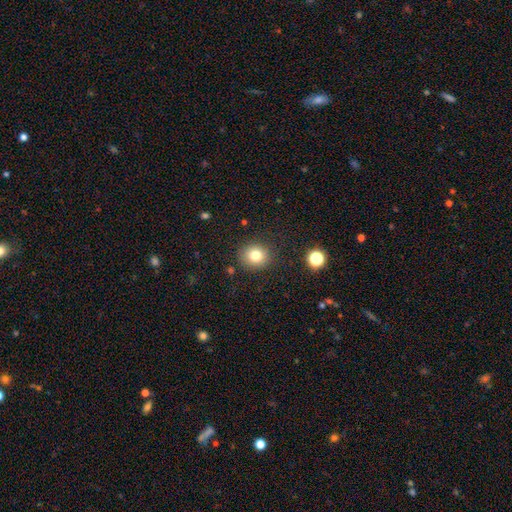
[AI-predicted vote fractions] smooth-or-featured: smooth: 79% | star or artifact: 12% | featured or disk: 9%
  how-rounded: round: 80% | in between: 19% | cigar-shaped: 1%
  merging: none: 87% | minor disturbance: 9% | major disturbance: 3% | merger: 2%